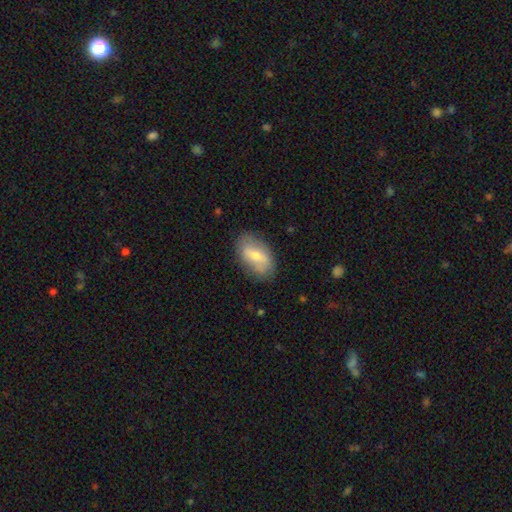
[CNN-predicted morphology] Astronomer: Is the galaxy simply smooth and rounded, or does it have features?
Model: smooth — 49% (runner-up: featured or disk, 44%).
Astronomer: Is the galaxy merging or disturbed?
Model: none — 80%.